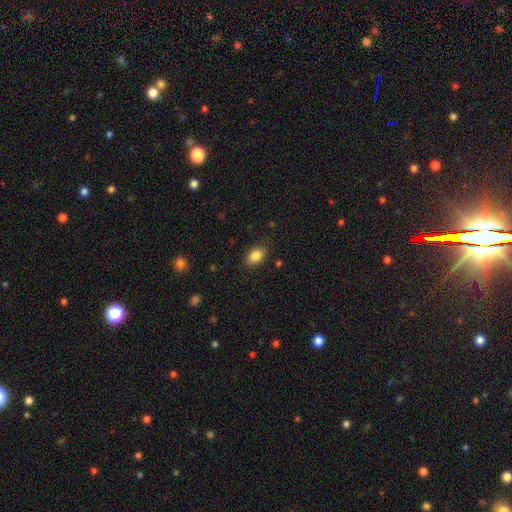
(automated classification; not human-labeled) A smooth galaxy with no disk features (85%) that is in between round and cigar-shaped (84%). Merging: none (84%).